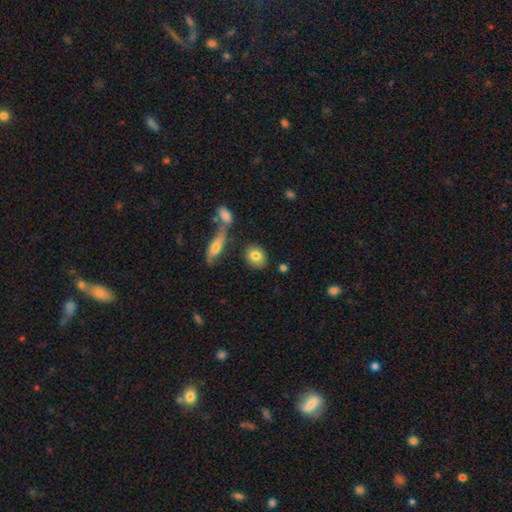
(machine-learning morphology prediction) smooth 79%, featured or disk 13%, star or artifact 8%. Down the decision tree: how rounded — in between (51%); merging — none (79%).